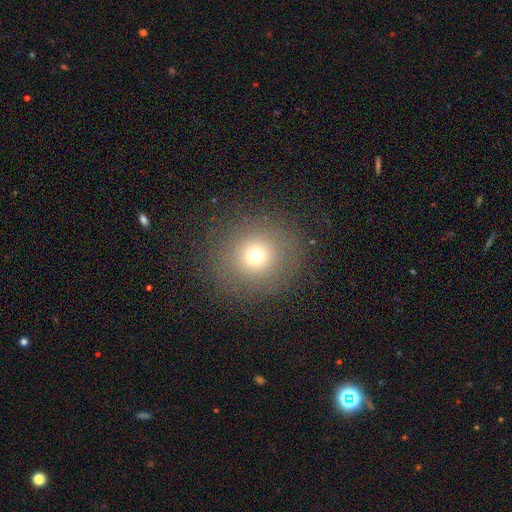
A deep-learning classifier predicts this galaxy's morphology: A smooth galaxy with no disk features (69%) that is round (92%).

Vote fractions:
- Smooth or featured? smooth: 69% / star or artifact: 19% / featured or disk: 13%
- How rounded? round: 92% / in between: 7% / cigar-shaped: 1%
- Merging? none: 86% / minor disturbance: 8% / major disturbance: 5% / merger: 1%